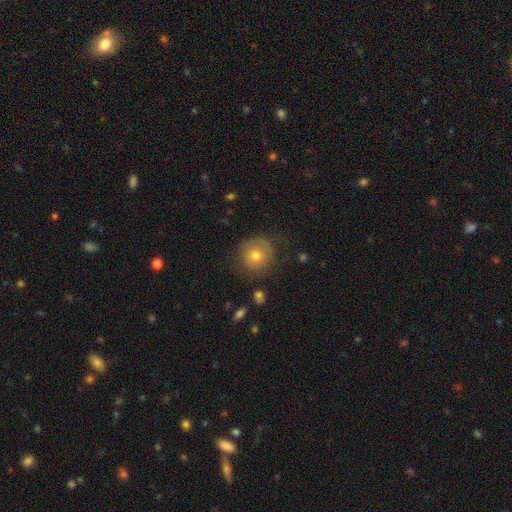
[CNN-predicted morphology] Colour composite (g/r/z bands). It shows a smooth galaxy with no disk features (66%) that is round (90%). Merging: none (73%).